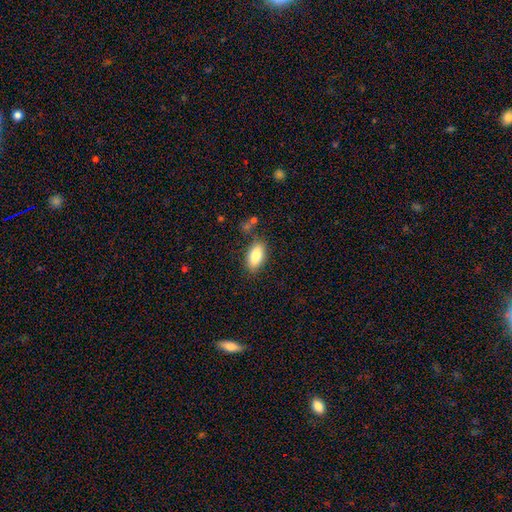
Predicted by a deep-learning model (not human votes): Morphology: type=smooth (84%); roundness=in between (88%); merging=none (80%).